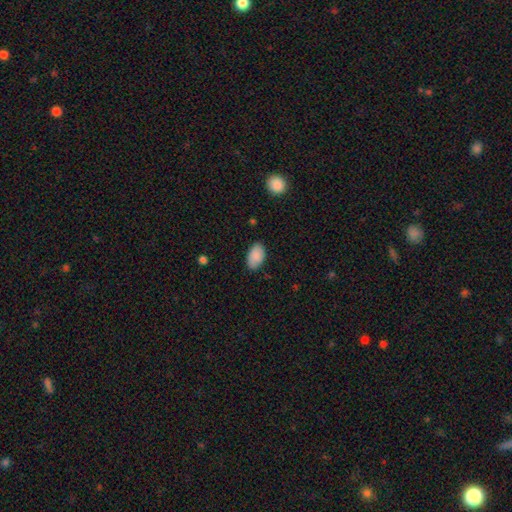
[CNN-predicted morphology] Smooth or featured?
  - smooth: 88% *
  - star or artifact: 7%
  - featured or disk: 5%
How rounded?
  - in between: 94% *
  - round: 5%
  - cigar-shaped: 1%
Merging?
  - none: 82% *
  - minor disturbance: 14%
  - major disturbance: 3%
  - merger: 1%